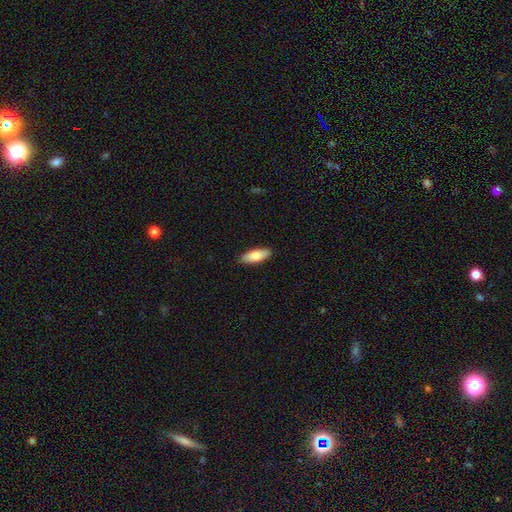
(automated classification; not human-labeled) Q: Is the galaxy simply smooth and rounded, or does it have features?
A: smooth — 77%.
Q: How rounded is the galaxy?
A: in between — 73%.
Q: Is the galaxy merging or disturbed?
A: none — 89%.